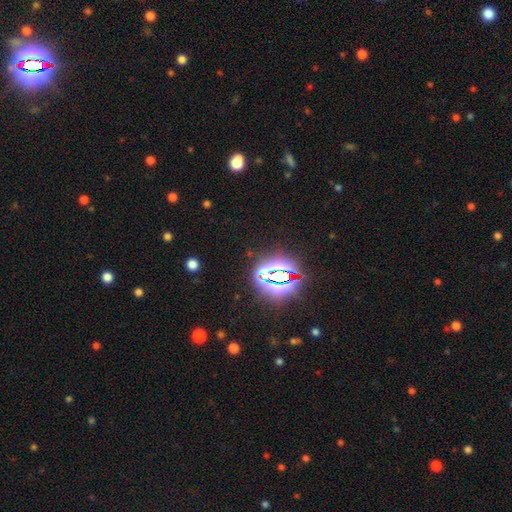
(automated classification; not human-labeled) Morphology: type=star or artifact (82%).